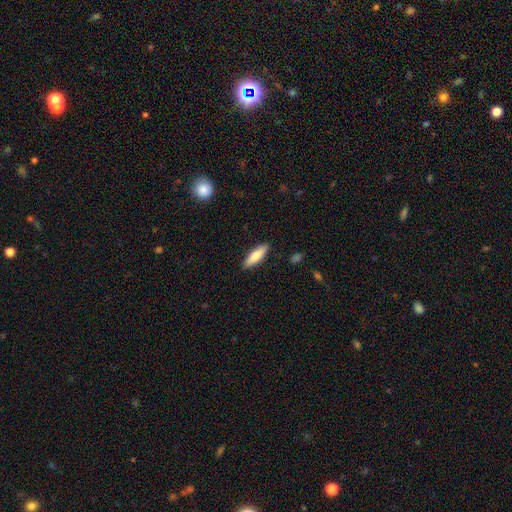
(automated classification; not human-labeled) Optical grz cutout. It shows a smooth galaxy with no disk features (70%) that is cigar-shaped (57%). Merging: none (88%).